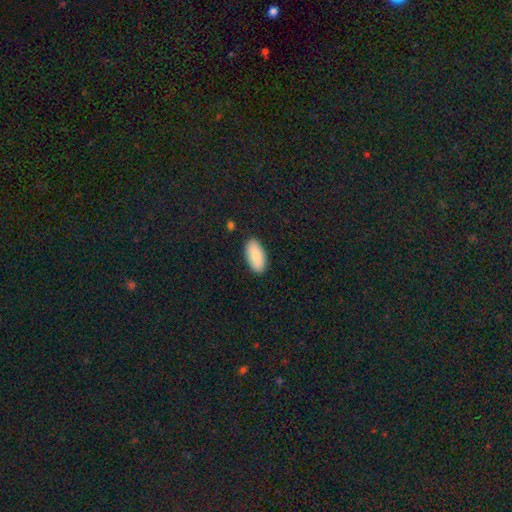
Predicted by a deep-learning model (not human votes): smooth-or-featured: smooth: 86% | featured or disk: 8% | star or artifact: 6%
  how-rounded: in between: 94% | cigar-shaped: 4% | round: 2%
  merging: none: 89% | minor disturbance: 8% | major disturbance: 2% | merger: 1%